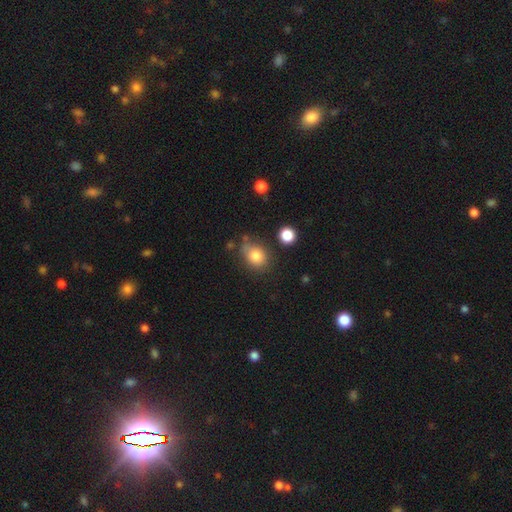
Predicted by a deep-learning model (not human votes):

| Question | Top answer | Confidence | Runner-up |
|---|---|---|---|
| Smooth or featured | smooth | 81% | star or artifact (11%) |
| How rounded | round | 50% | in between (48%) |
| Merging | none | 68% | minor disturbance (19%) |